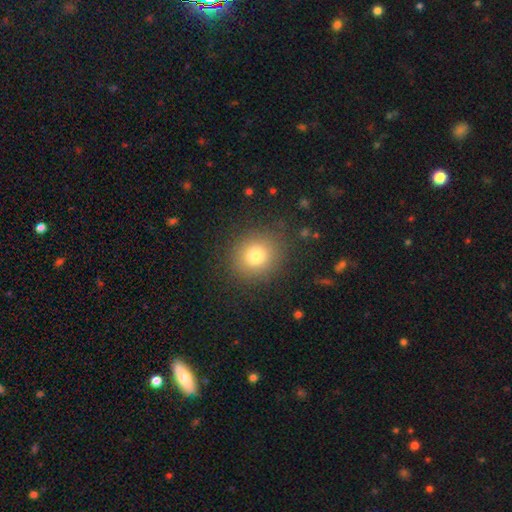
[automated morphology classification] type=smooth (79%); roundness=round (83%); merging=none (86%).